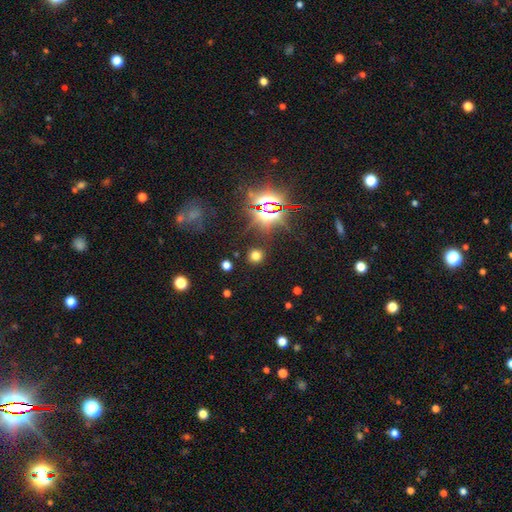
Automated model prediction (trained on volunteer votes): A smooth galaxy with no disk features (61%) that is round (89%).

Vote fractions:
- Smooth or featured? smooth: 61% / star or artifact: 32% / featured or disk: 7%
- How rounded? round: 89% / in between: 9% / cigar-shaped: 1%
- Merging? none: 87% / minor disturbance: 7% / major disturbance: 3% / merger: 2%